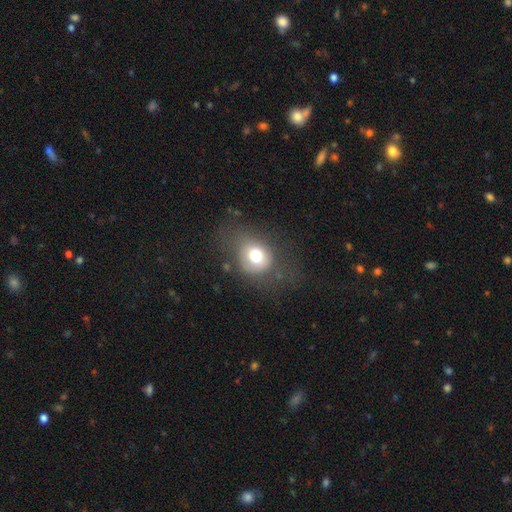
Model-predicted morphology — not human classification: Smooth or featured: smooth — 71% (featured or disk — 17%)
How rounded: round — 64% (in between — 35%)
Merging: none — 58% (minor disturbance — 22%)